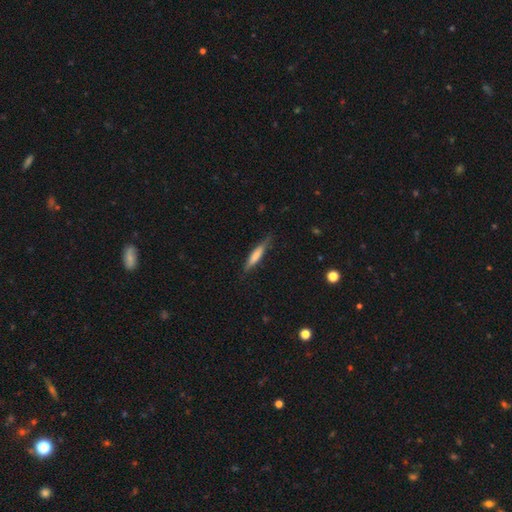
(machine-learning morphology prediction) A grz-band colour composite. It shows a smooth galaxy with no disk features (64%) that is cigar-shaped (88%). Merging: none (80%).